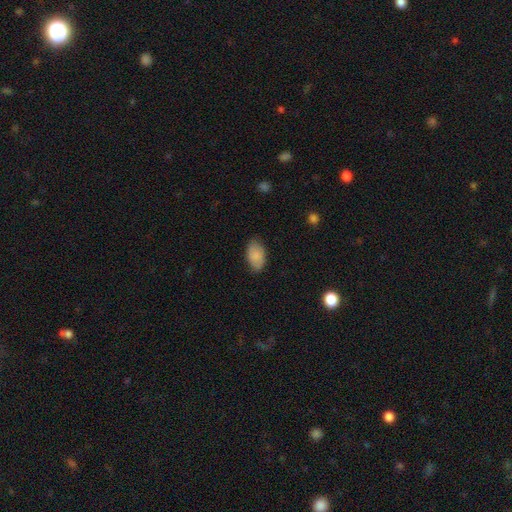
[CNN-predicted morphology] Smooth or featured?
  - smooth: 85% *
  - featured or disk: 8%
  - star or artifact: 7%
How rounded?
  - in between: 94% *
  - round: 5%
  - cigar-shaped: 2%
Merging?
  - none: 80% *
  - minor disturbance: 16%
  - major disturbance: 3%
  - merger: 1%